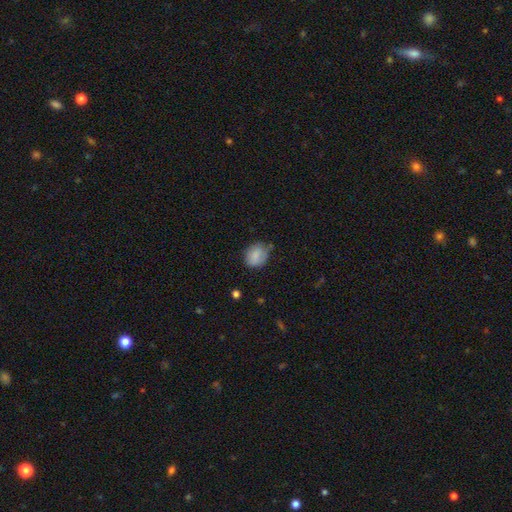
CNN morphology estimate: Smooth or featured?
  - smooth: 82% *
  - featured or disk: 10%
  - star or artifact: 8%
How rounded?
  - in between: 52% *
  - round: 47%
  - cigar-shaped: 1%
Merging?
  - none: 63% *
  - minor disturbance: 28%
  - major disturbance: 7%
  - merger: 2%